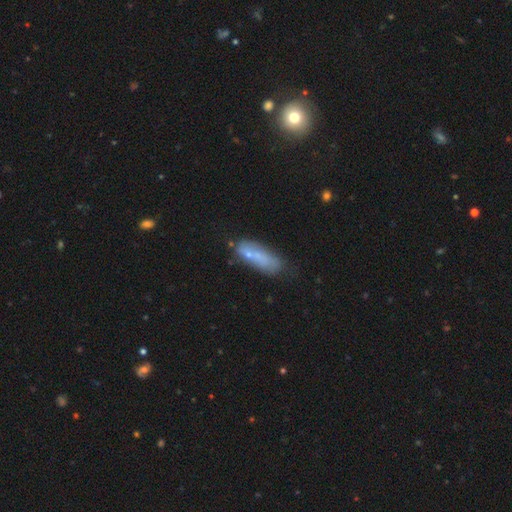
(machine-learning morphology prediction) A smooth galaxy with no disk features (58%) that is in between round and cigar-shaped (51%). Merging: none (48%).